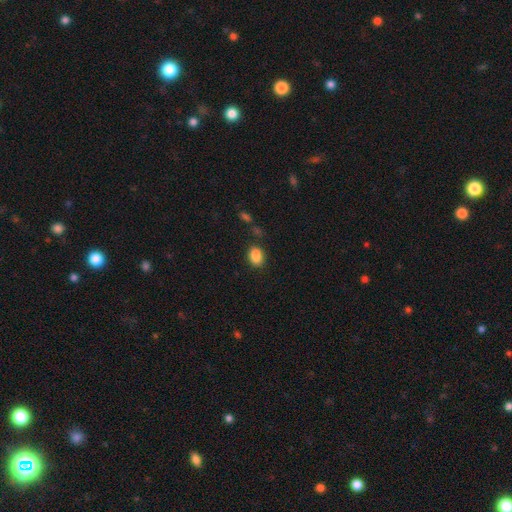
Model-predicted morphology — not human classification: Smooth or featured? smooth (88%)
How rounded? in between (74%)
Merging? none (81%)